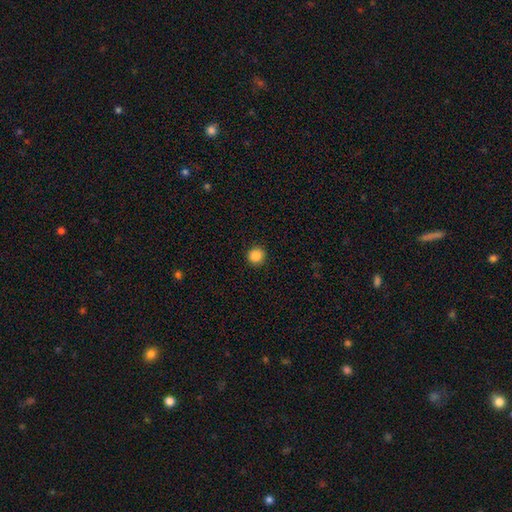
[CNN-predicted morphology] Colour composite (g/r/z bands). It shows a smooth galaxy with no disk features (87%) that is round (95%). Merging: none (92%).